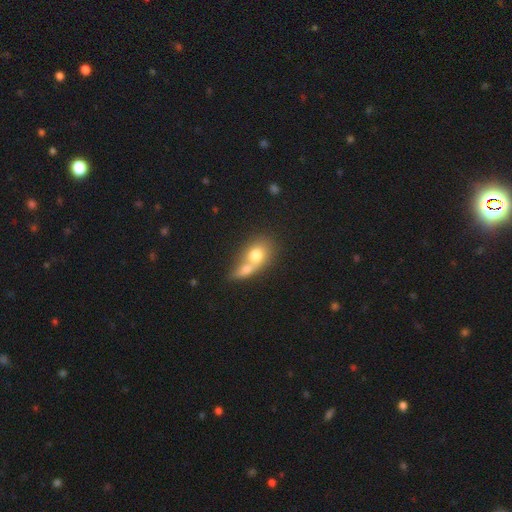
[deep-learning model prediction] Smooth or featured? smooth (72%)
How rounded? in between (55%)
Merging? merger (69%)